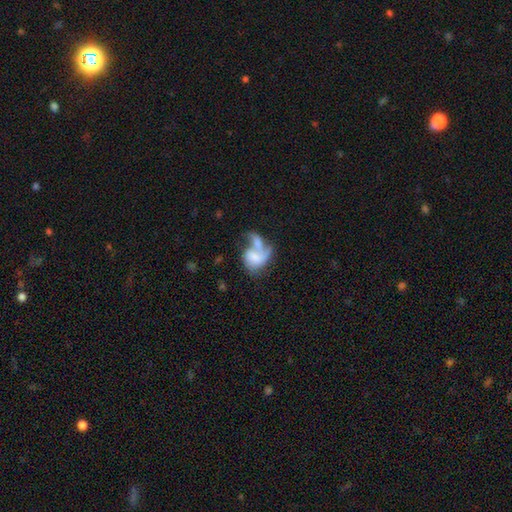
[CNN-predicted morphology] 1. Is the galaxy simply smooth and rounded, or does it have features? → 47% smooth, 45% featured or disk, 8% star or artifact.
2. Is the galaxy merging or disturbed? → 53% merger, 22% major disturbance, 15% none, 10% minor disturbance.